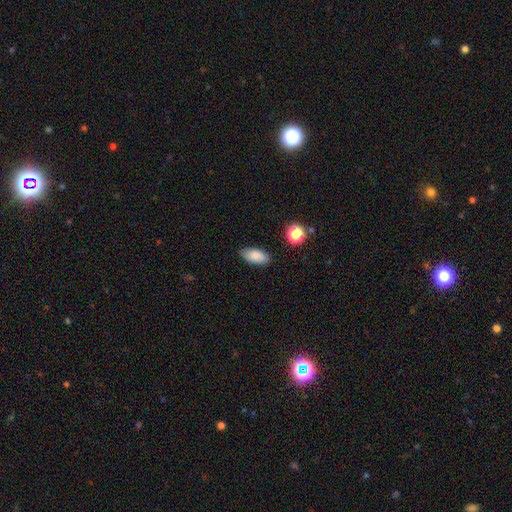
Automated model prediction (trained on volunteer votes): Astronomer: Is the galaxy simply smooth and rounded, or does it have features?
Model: smooth — 85%.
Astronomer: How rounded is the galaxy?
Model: in between — 90%.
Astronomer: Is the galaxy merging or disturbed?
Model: none — 84%.